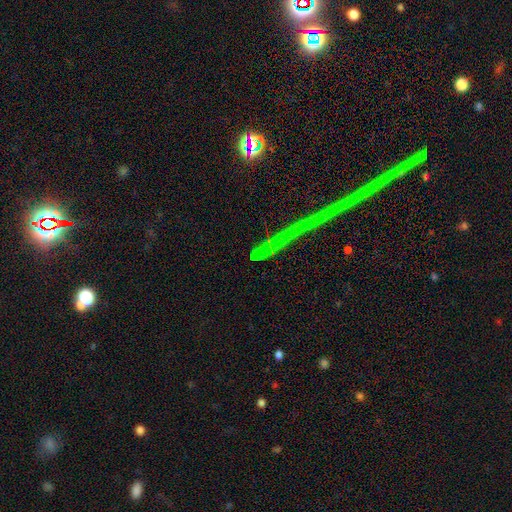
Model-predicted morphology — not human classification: Smooth or featured? star or artifact (75%)